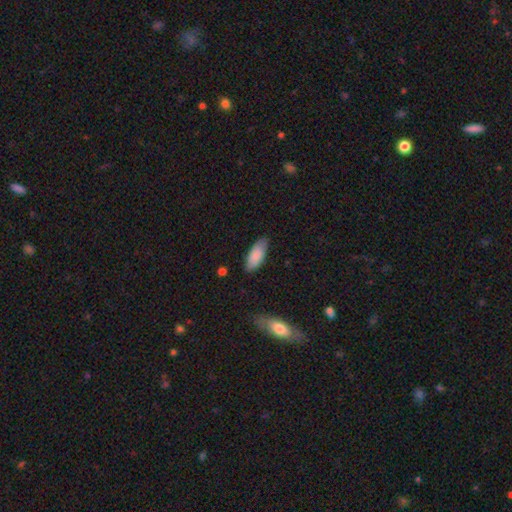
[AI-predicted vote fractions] Q: Smooth or featured?
A: smooth (87%); runner-up: featured or disk (8%)
Q: How rounded?
A: in between (81%); runner-up: cigar-shaped (17%)
Q: Merging?
A: none (80%); runner-up: minor disturbance (15%)